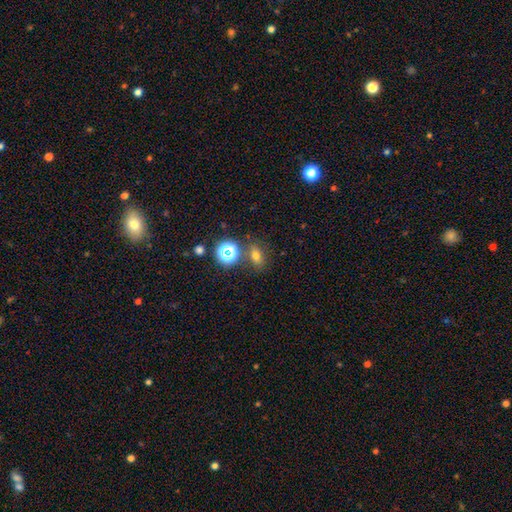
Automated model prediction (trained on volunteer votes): Morphology: type=smooth (63%); roundness=in between (61%); merging=none (74%).